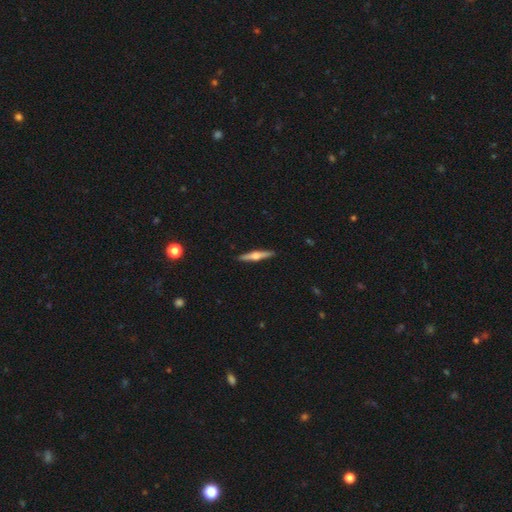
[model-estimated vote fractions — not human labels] Overall: featured or disk (63%; smooth 32%). Edge-on disk: yes (97%). Edge-on bulge: rounded (91%). Merging: none (91%).